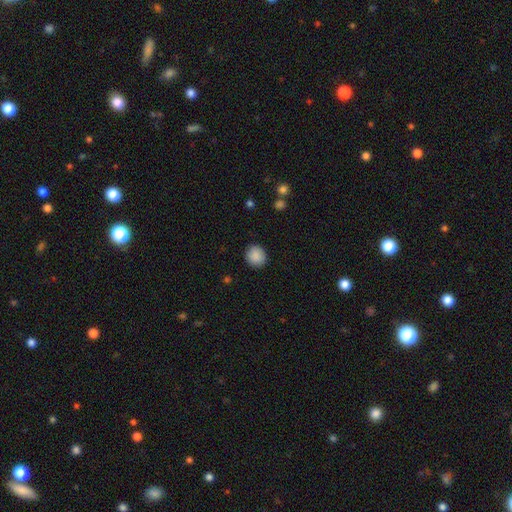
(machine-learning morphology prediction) smooth_or_featured: smooth (p=0.89) [alt: star or artifact p=0.07]
how_rounded: round (p=0.87) [alt: in between p=0.12]
merging: none (p=0.90) [alt: minor disturbance p=0.07]